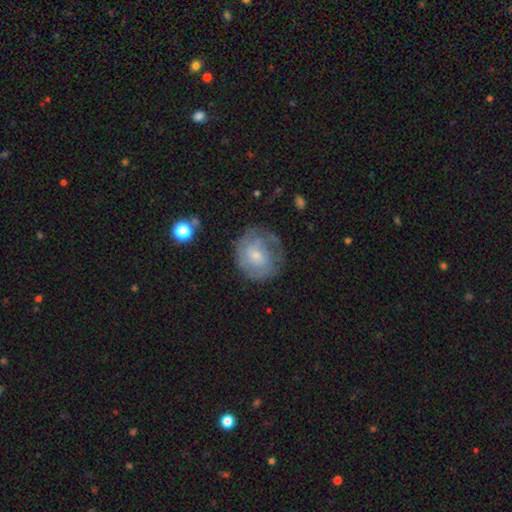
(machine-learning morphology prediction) Q: Smooth or featured?
A: featured or disk (47%); runner-up: smooth (45%)
Q: Merging?
A: none (60%); runner-up: minor disturbance (23%)